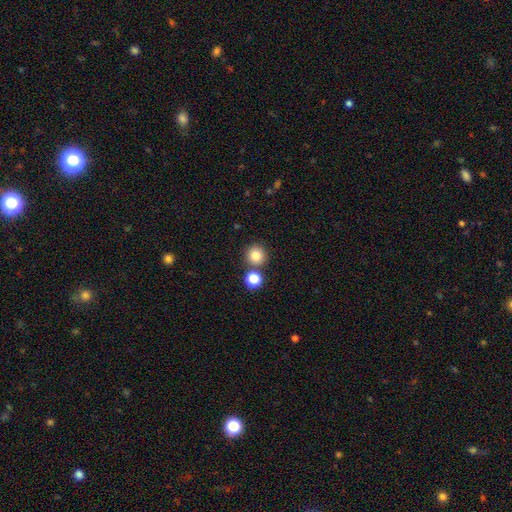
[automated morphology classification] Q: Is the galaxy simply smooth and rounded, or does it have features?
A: smooth — 81%.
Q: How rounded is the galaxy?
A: round — 94%.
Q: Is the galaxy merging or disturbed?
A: none — 78%.